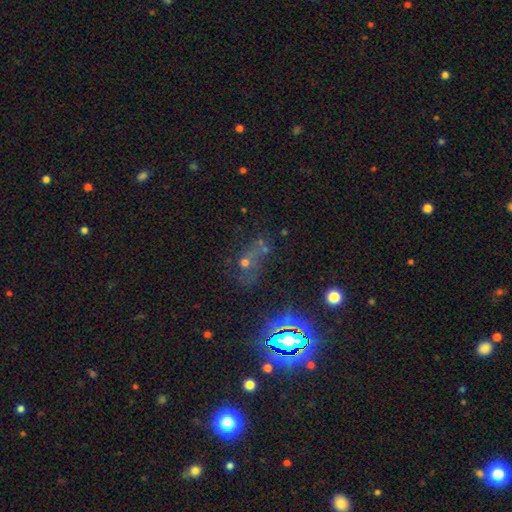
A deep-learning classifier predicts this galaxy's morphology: smooth-or-featured: star or artifact: 52% | smooth: 27% | featured or disk: 21%